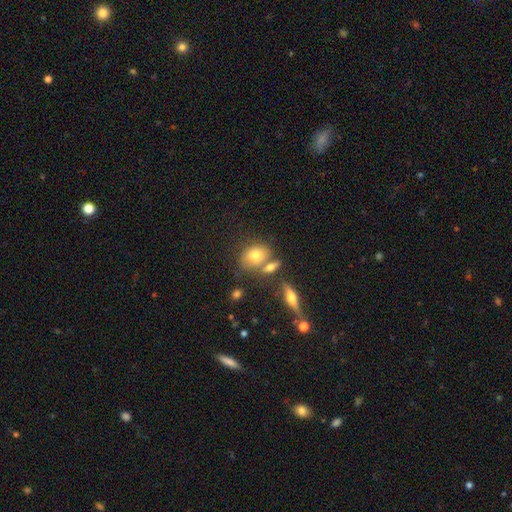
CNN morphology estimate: A smooth galaxy with no disk features (70%) that is in between round and cigar-shaped (64%).

Vote fractions:
- Smooth or featured? smooth: 70% / featured or disk: 19% / star or artifact: 11%
- How rounded? in between: 64% / round: 34% / cigar-shaped: 3%
- Merging? none: 53% / merger: 28% / minor disturbance: 14% / major disturbance: 6%